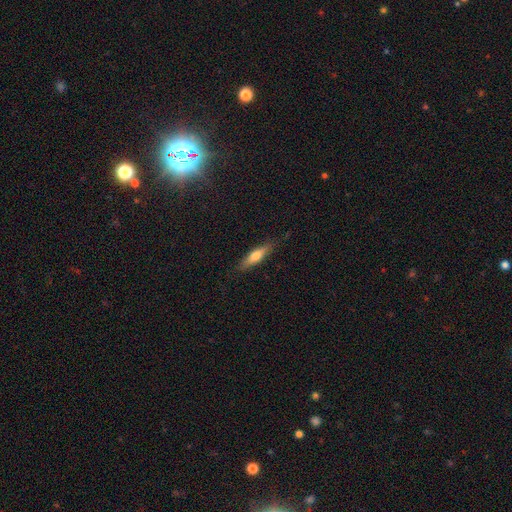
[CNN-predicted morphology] Q: Smooth or featured?
A: smooth (64%); runner-up: featured or disk (29%)
Q: How rounded?
A: cigar-shaped (70%); runner-up: in between (28%)
Q: Merging?
A: none (84%); runner-up: minor disturbance (12%)